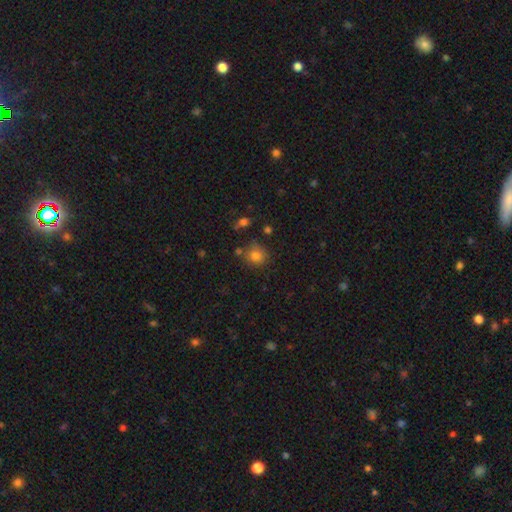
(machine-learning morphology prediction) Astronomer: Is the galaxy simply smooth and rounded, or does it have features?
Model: smooth — 80%.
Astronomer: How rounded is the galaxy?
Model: round — 87%.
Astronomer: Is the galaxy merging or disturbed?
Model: none — 76%.